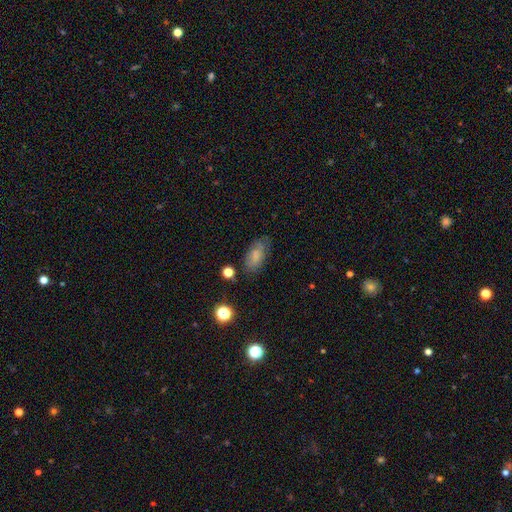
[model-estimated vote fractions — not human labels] Overall: smooth (72%). How rounded: in between (89%). Merging: none (68%).